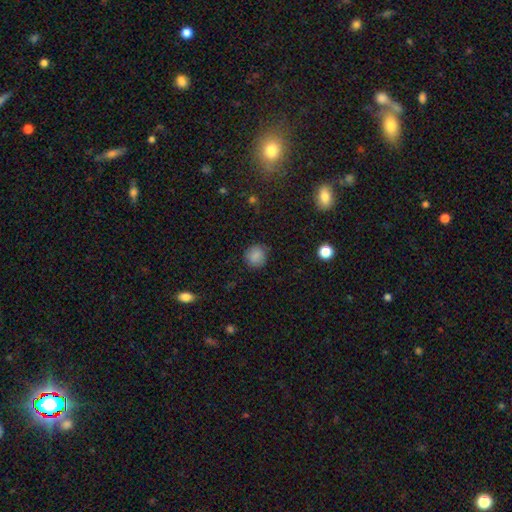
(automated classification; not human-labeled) This is clearly a smooth galaxy (85%). How rounded: clearly round (89%). Merging: clearly none (84%).